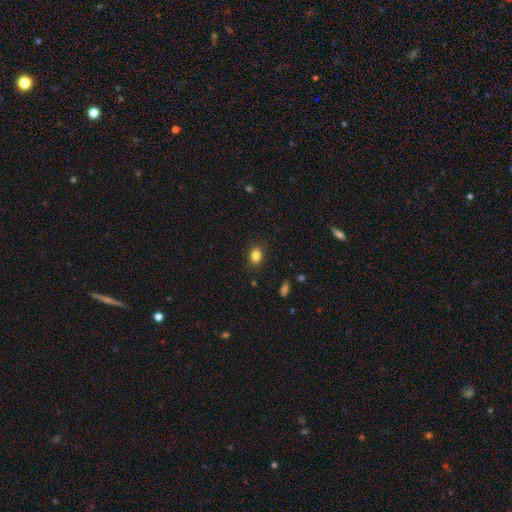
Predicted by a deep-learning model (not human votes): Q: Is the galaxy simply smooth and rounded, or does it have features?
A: smooth — 83%.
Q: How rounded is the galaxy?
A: in between — 55%.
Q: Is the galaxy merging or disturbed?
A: none — 87%.